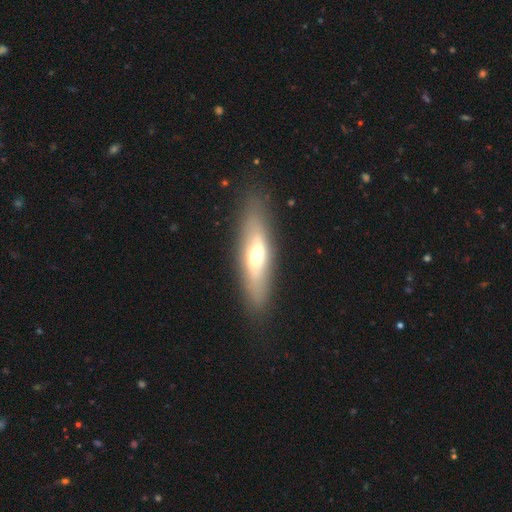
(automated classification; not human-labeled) The model was most divided on "smooth or featured": featured or disk: 49%, smooth: 44%, star or artifact: 7%. More confident: merging — none (84%).